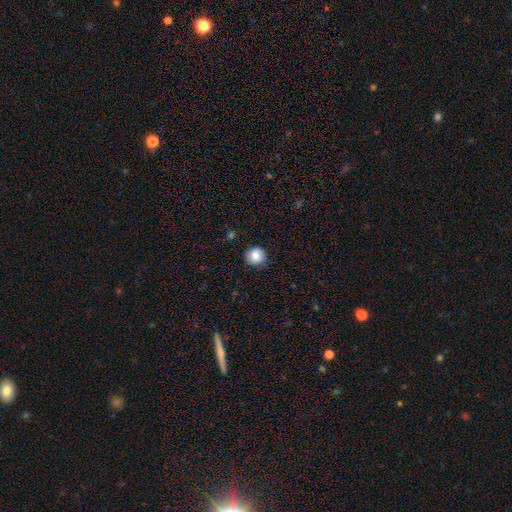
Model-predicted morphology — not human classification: type=smooth (83%); roundness=round (93%); merging=none (89%).